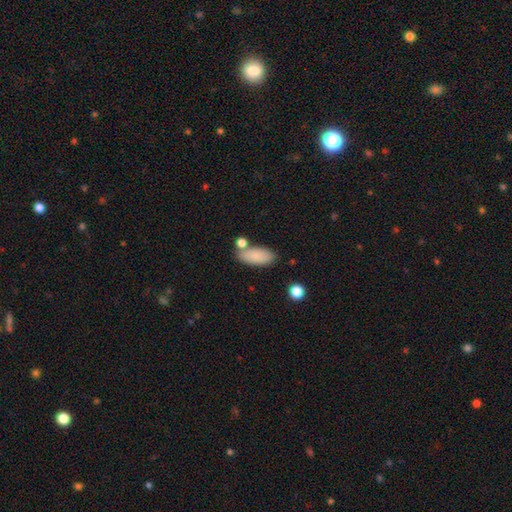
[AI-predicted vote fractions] Overall: smooth (86%). How rounded: in between (84%). Merging: none (70%).